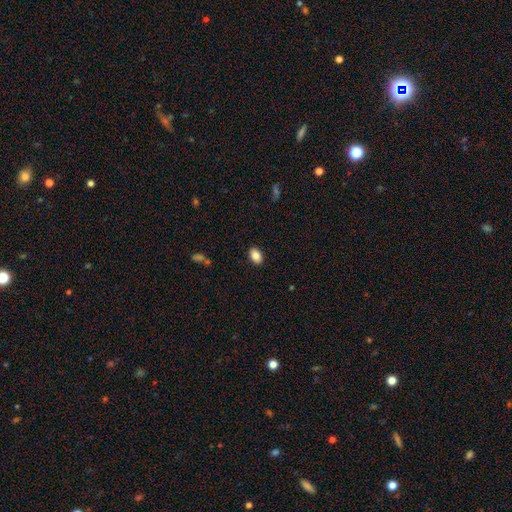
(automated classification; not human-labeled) This is clearly a smooth galaxy (86%). How rounded: clearly in between (87%). Merging: clearly none (89%).